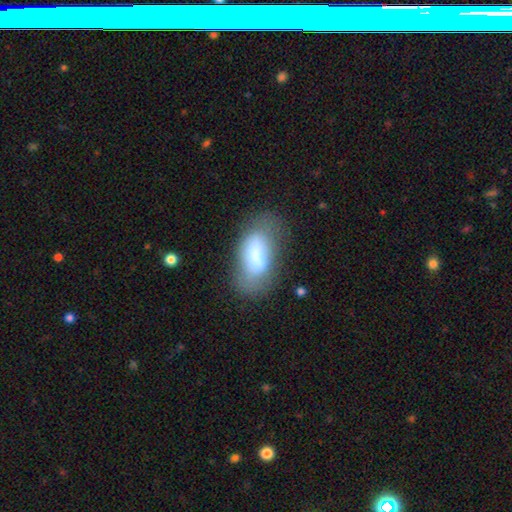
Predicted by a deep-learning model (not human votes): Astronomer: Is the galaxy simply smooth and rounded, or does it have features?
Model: smooth — 68%.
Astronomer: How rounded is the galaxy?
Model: in between — 88%.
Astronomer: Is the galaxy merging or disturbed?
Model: none — 52%.